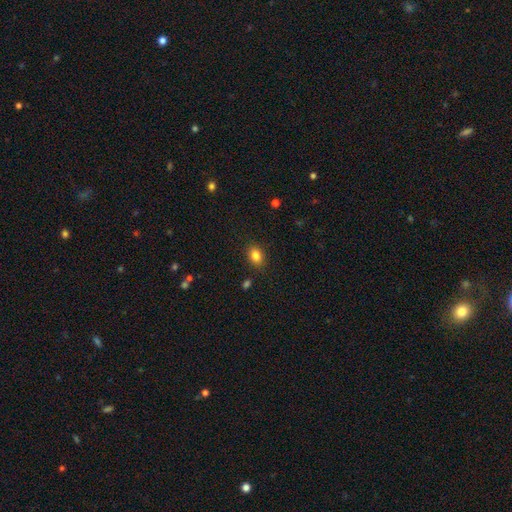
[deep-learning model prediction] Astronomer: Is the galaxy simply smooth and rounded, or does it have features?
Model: smooth — 84%.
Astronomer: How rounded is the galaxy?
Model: in between — 67%.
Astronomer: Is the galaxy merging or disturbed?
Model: none — 86%.